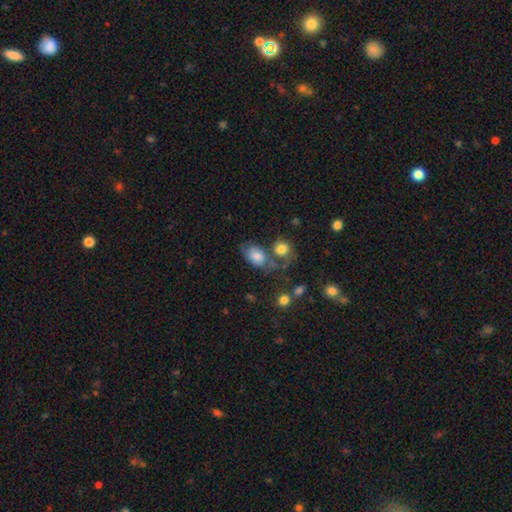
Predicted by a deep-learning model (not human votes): A smooth galaxy with no disk features (69%) that is in between round and cigar-shaped (79%). Merging: none (37%).